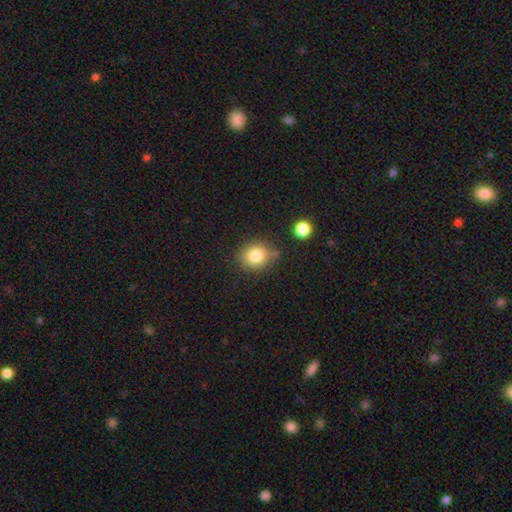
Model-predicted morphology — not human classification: A smooth galaxy with no disk features (82%) that is round (67%).

Vote fractions:
- Smooth or featured? smooth: 82% / star or artifact: 10% / featured or disk: 8%
- How rounded? round: 67% / in between: 32% / cigar-shaped: 1%
- Merging? none: 77% / minor disturbance: 14% / merger: 6% / major disturbance: 4%